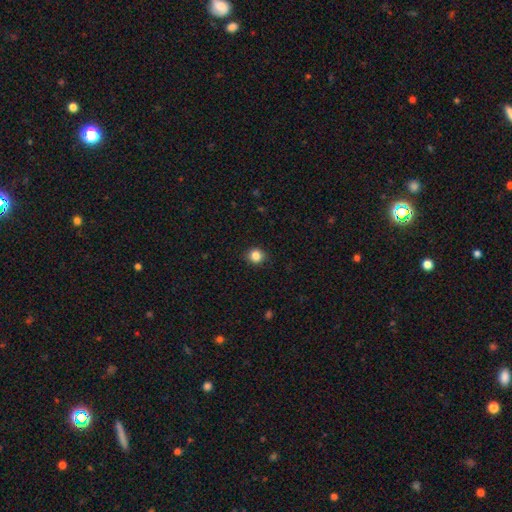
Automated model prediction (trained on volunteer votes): smooth-or-featured: smooth: 85% | star or artifact: 11% | featured or disk: 4%
  how-rounded: round: 88% | in between: 11% | cigar-shaped: 1%
  merging: none: 90% | minor disturbance: 7% | major disturbance: 2% | merger: 1%